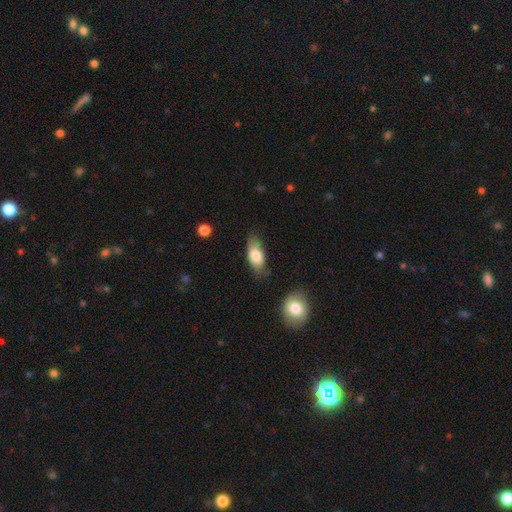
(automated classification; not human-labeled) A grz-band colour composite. It shows a smooth galaxy with no disk features (77%) that is in between round and cigar-shaped (86%). Merging: none (71%).